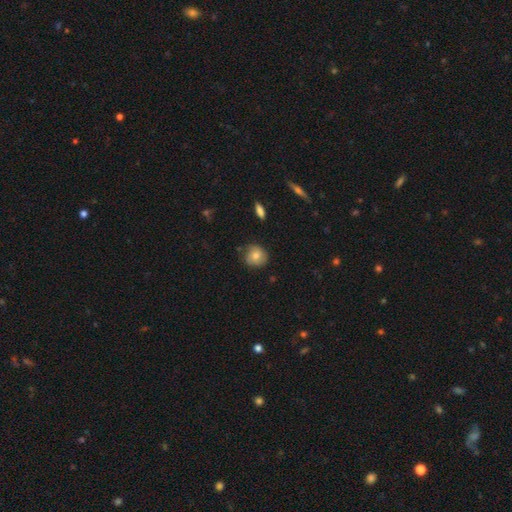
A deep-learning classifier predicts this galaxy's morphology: A smooth galaxy with no disk features (72%) that is round (85%).

Vote fractions:
- Smooth or featured? smooth: 72% / featured or disk: 19% / star or artifact: 9%
- How rounded? round: 85% / in between: 13% / cigar-shaped: 1%
- Merging? none: 77% / minor disturbance: 18% / major disturbance: 3% / merger: 2%